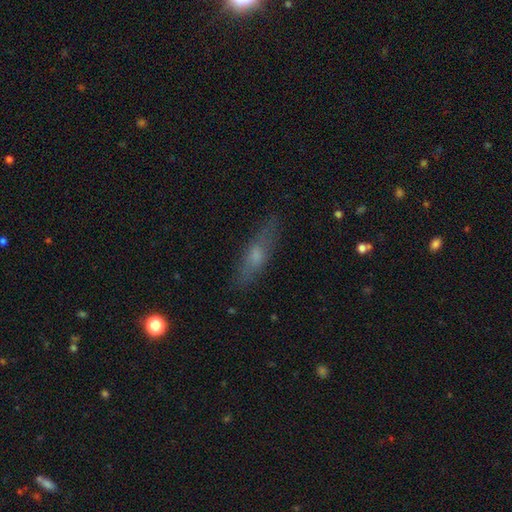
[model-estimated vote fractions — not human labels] smooth 48%, featured or disk 42%, star or artifact 10%. Down the decision tree: merging — none (82%).